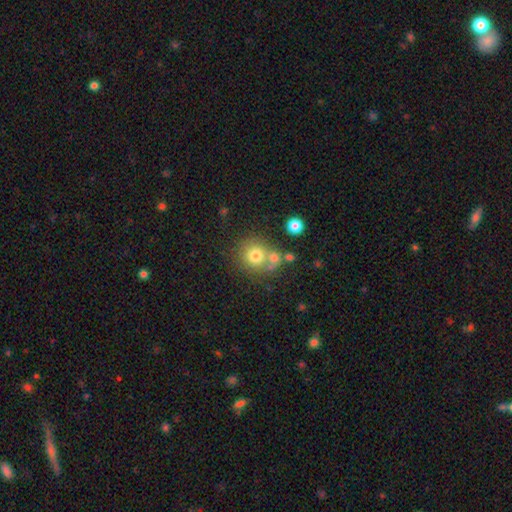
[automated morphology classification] type=smooth (73%); roundness=round (88%); merging=none (57%).